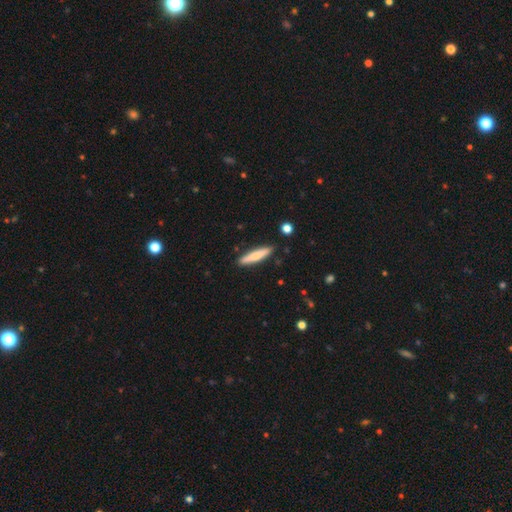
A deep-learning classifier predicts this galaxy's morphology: Smooth or featured?
  - smooth: 70% *
  - featured or disk: 25%
  - star or artifact: 5%
How rounded?
  - cigar-shaped: 88% *
  - in between: 10%
  - round: 1%
Merging?
  - none: 89% *
  - minor disturbance: 8%
  - merger: 2%
  - major disturbance: 2%